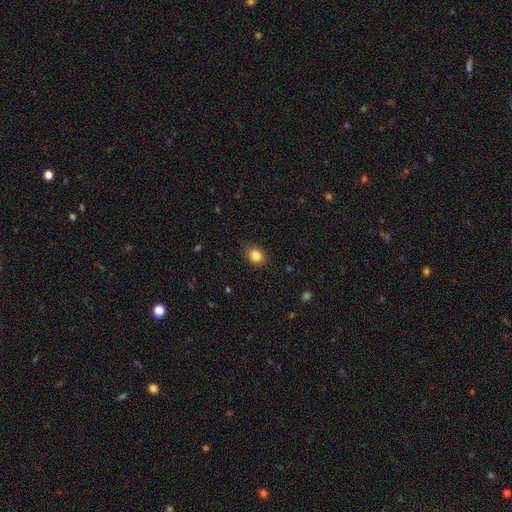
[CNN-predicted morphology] smooth_or_featured: smooth (p=0.83) [alt: star or artifact p=0.11]
how_rounded: round (p=0.62) [alt: in between p=0.38]
merging: none (p=0.83) [alt: minor disturbance p=0.13]